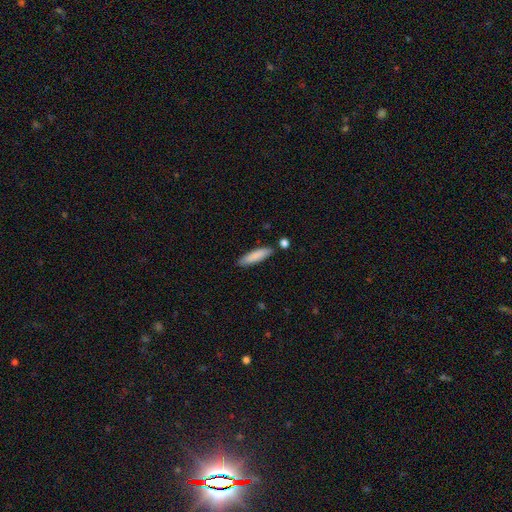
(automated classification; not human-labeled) Q: Smooth or featured?
A: smooth (85%); runner-up: featured or disk (9%)
Q: How rounded?
A: cigar-shaped (74%); runner-up: in between (25%)
Q: Merging?
A: none (83%); runner-up: minor disturbance (10%)